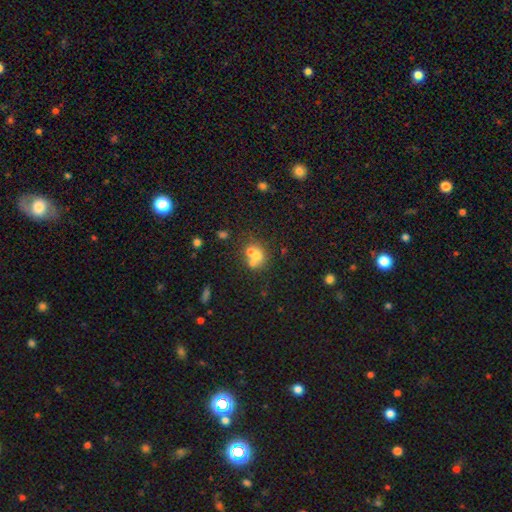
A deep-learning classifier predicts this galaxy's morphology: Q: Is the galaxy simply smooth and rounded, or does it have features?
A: smooth — 57%.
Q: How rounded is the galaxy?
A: round — 62%.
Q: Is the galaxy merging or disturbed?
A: merger — 54%.